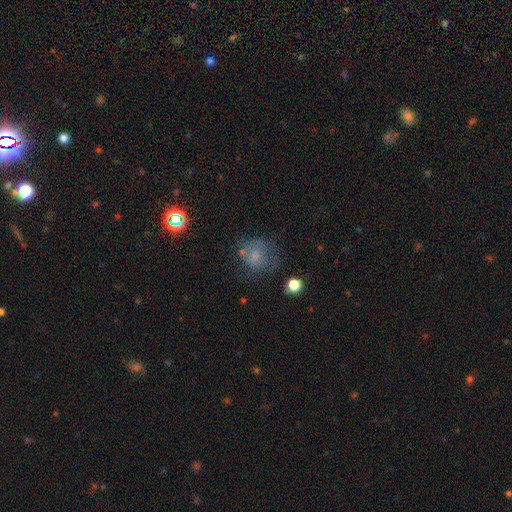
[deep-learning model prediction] smooth 60%, featured or disk 23%, star or artifact 17%. Down the decision tree: how rounded — round (76%); merging — none (51%).